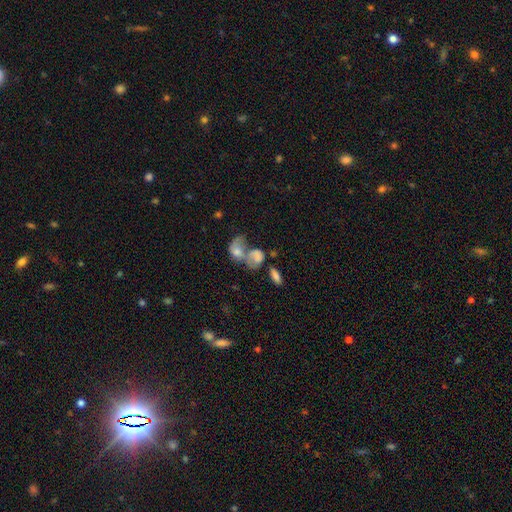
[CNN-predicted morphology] Smooth or featured? smooth (45%)
Merging? merger (60%)